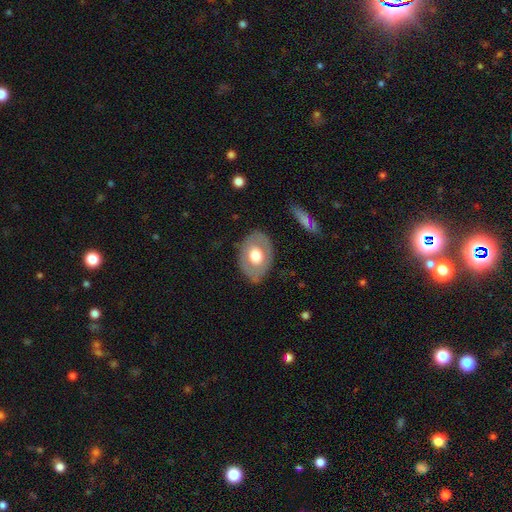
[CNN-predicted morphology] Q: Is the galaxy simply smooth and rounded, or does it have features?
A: smooth — 54%.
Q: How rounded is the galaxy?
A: in between — 79%.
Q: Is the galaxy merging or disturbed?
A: none — 78%.